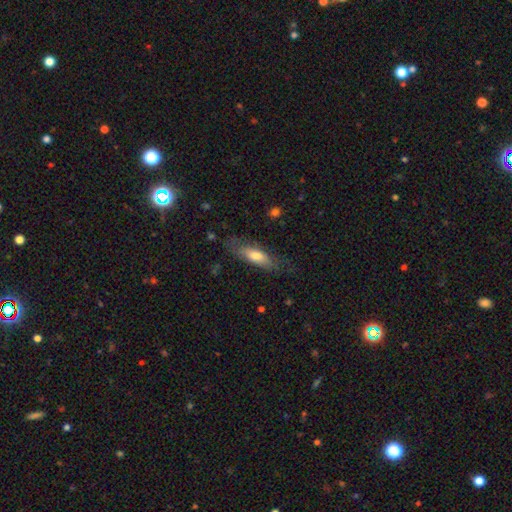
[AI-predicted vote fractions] The model was most divided on "how rounded": in between: 53%, cigar-shaped: 45%, round: 2%. More confident: merging — none (68%); smooth or featured — smooth (65%).